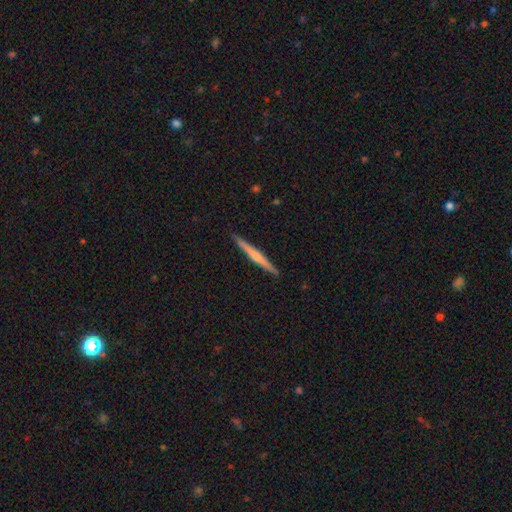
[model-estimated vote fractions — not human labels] smooth-or-featured: featured or disk: 59% | smooth: 36% | star or artifact: 5%
  disk-edge-on: yes: 98% | no: 2%
    edge-on-bulge: rounded: 57% | none: 32% | boxy: 11%
  merging: none: 92% | minor disturbance: 6% | major disturbance: 1% | merger: 1%